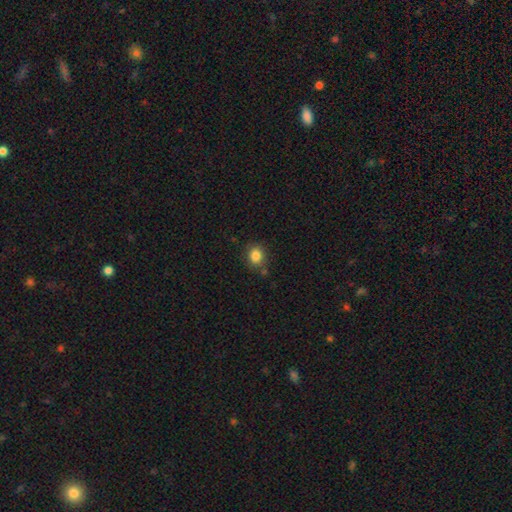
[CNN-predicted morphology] type=smooth (84%); roundness=round (67%); merging=none (78%).